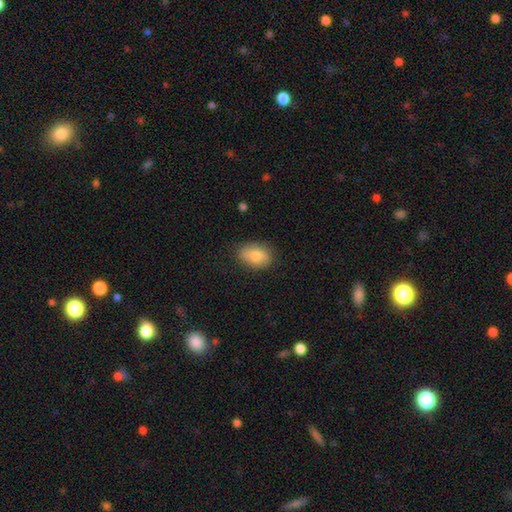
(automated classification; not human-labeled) Smooth or featured? Predicted: smooth (p=0.78). How rounded? Predicted: in between (p=0.82). Merging? Predicted: none (p=0.80).